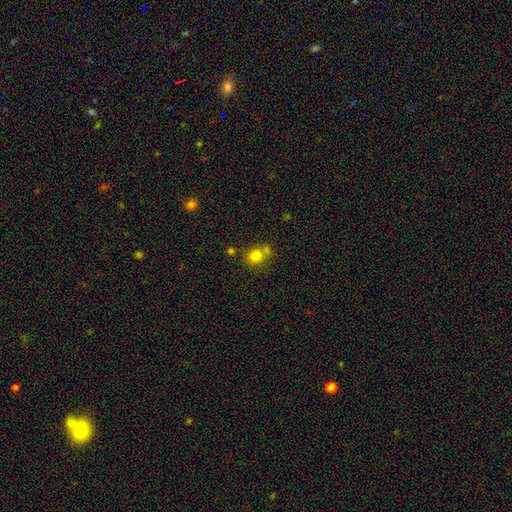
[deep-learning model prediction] Q: Smooth or featured?
A: smooth (79%); runner-up: star or artifact (12%)
Q: How rounded?
A: round (76%); runner-up: in between (23%)
Q: Merging?
A: none (57%); runner-up: merger (25%)